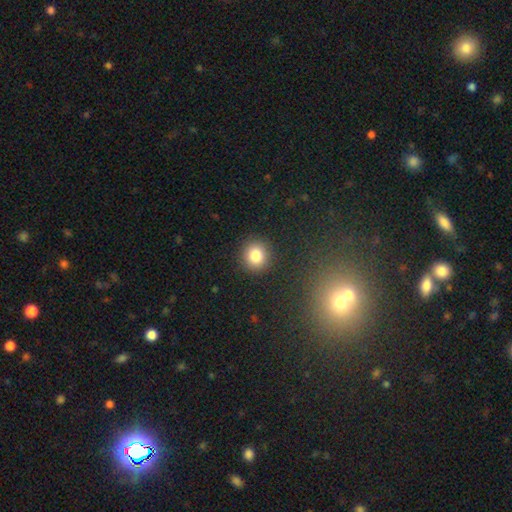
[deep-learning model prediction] Overall: smooth (83%). How rounded: round (86%). Merging: none (90%).